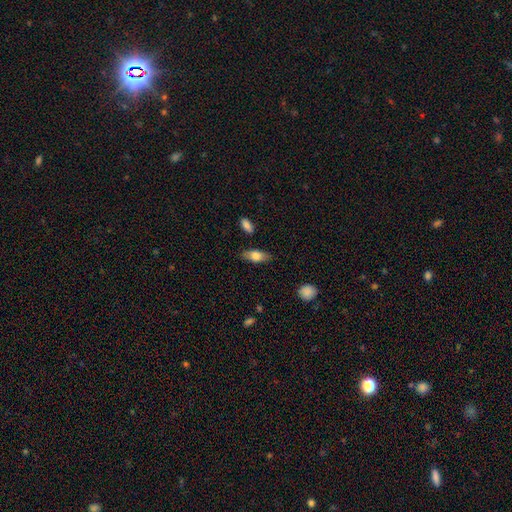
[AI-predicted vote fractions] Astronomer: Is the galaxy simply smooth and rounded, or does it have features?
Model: smooth — 71%.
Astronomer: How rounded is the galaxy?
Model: in between — 79%.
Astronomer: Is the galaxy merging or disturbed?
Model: none — 82%.